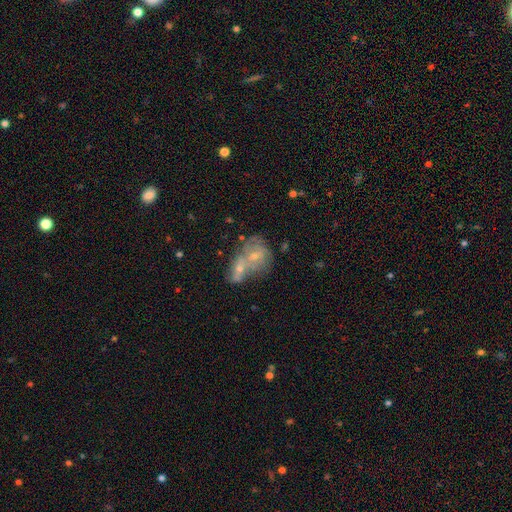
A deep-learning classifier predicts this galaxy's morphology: A featured or disk galaxy (52%). Merging: merger (65%).